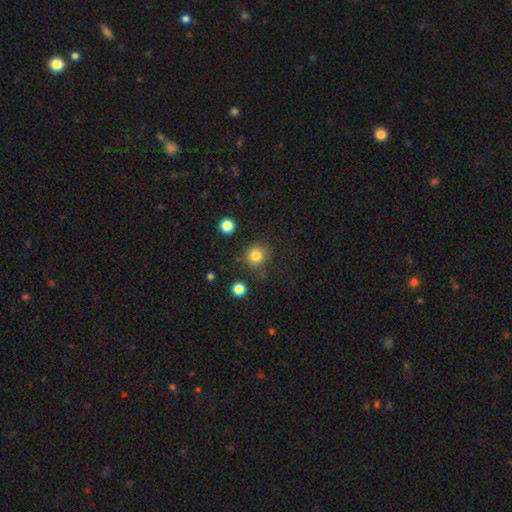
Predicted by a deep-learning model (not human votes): Smooth or featured? Predicted: smooth (p=0.83). How rounded? Predicted: round (p=0.92). Merging? Predicted: none (p=0.84).